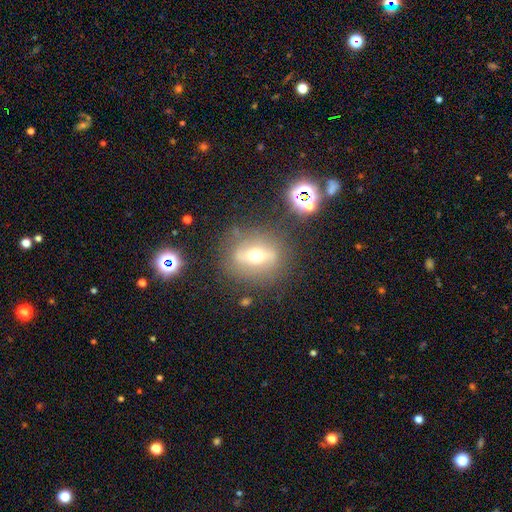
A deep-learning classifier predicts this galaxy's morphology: smooth-or-featured: featured or disk: 49% | smooth: 36% | star or artifact: 15%
  merging: none: 75% | minor disturbance: 14% | major disturbance: 7% | merger: 4%